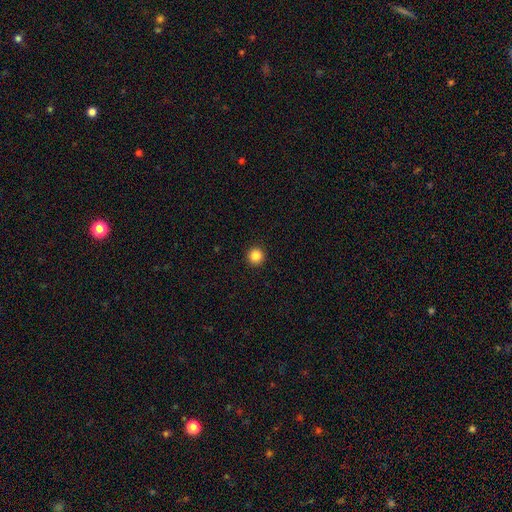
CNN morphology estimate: Smooth or featured?
  - smooth: 86% *
  - star or artifact: 11%
  - featured or disk: 3%
How rounded?
  - round: 96% *
  - in between: 3%
  - cigar-shaped: 1%
Merging?
  - none: 94% *
  - minor disturbance: 4%
  - major disturbance: 1%
  - merger: 1%